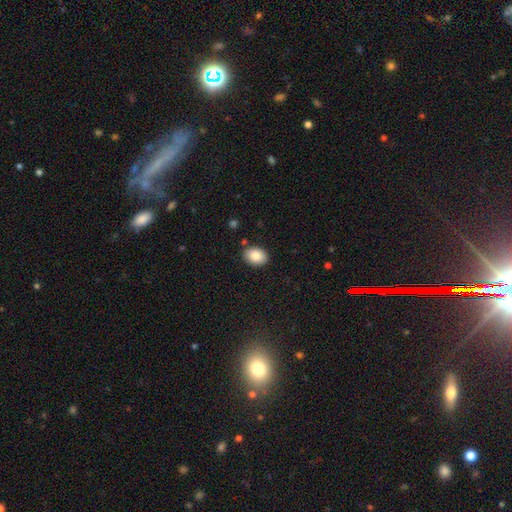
Morphology: type=smooth (95%); roundness=in between (70%); merging=none (84%).